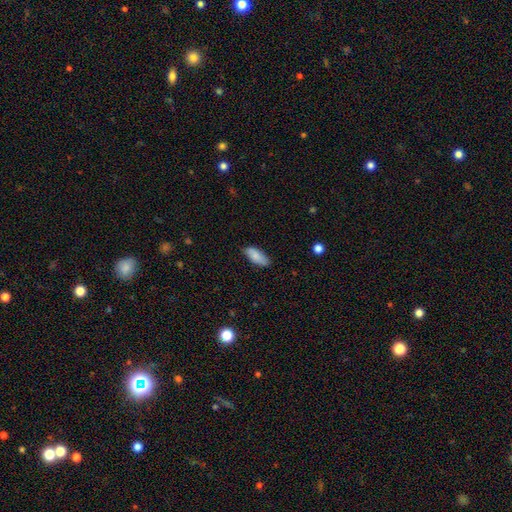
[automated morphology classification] Smooth or featured?
  - smooth: 87% *
  - featured or disk: 7%
  - star or artifact: 6%
How rounded?
  - in between: 84% *
  - cigar-shaped: 15%
  - round: 2%
Merging?
  - none: 80% *
  - minor disturbance: 16%
  - major disturbance: 2%
  - merger: 1%